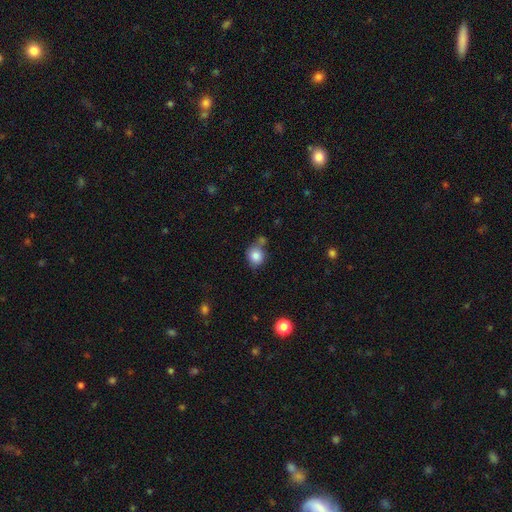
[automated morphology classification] Smooth or featured: smooth — 84% (star or artifact — 9%)
How rounded: round — 80% (in between — 19%)
Merging: none — 57% (merger — 19%)